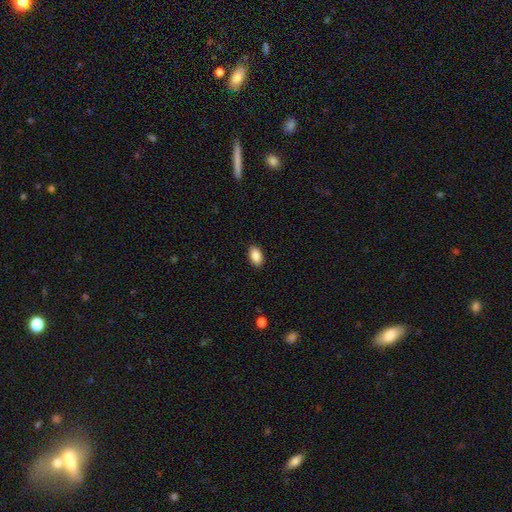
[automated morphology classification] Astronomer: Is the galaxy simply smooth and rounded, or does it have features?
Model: smooth — 88%.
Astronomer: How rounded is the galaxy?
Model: in between — 92%.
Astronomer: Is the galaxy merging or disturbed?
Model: none — 89%.